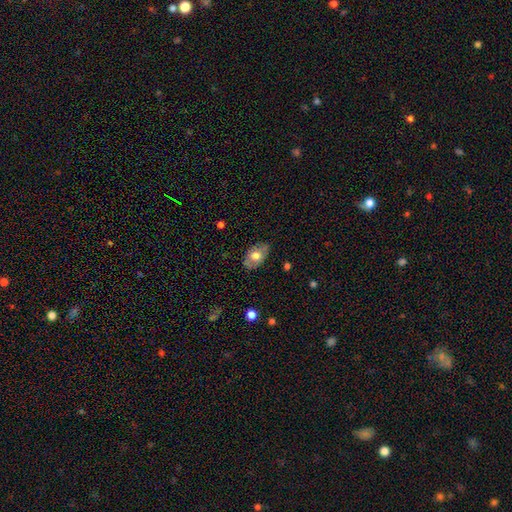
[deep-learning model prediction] The model was most divided on "smooth or featured": smooth: 61%, featured or disk: 32%, star or artifact: 7%. More confident: how rounded — in between (88%); merging — none (77%).